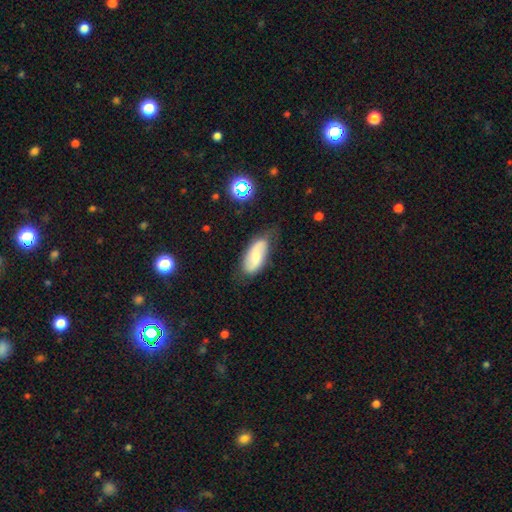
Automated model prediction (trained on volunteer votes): The model was most divided on "smooth or featured": featured or disk: 47%, smooth: 45%, star or artifact: 8%. More confident: merging — none (62%).